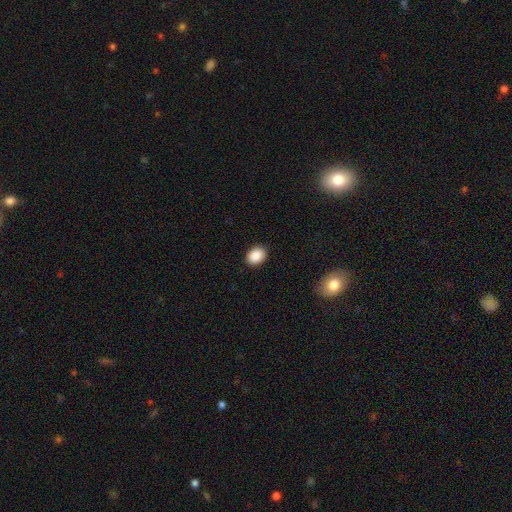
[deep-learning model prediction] Smooth or featured?
  - smooth: 89% *
  - star or artifact: 8%
  - featured or disk: 3%
How rounded?
  - in between: 59% *
  - round: 40%
  - cigar-shaped: 1%
Merging?
  - none: 88% *
  - minor disturbance: 9%
  - major disturbance: 2%
  - merger: 1%